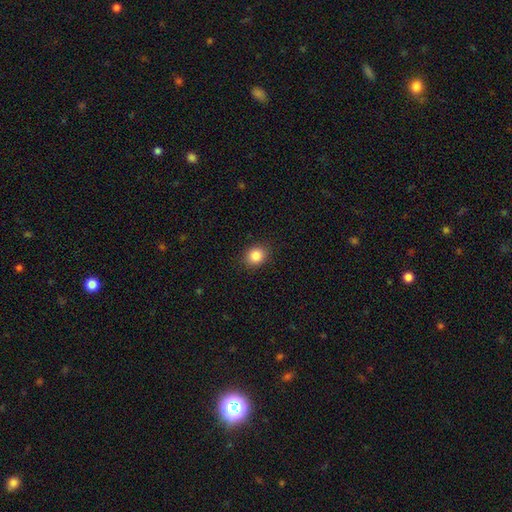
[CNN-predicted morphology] smooth 86%, star or artifact 10%, featured or disk 4%. Down the decision tree: how rounded — round (68%); merging — none (89%).